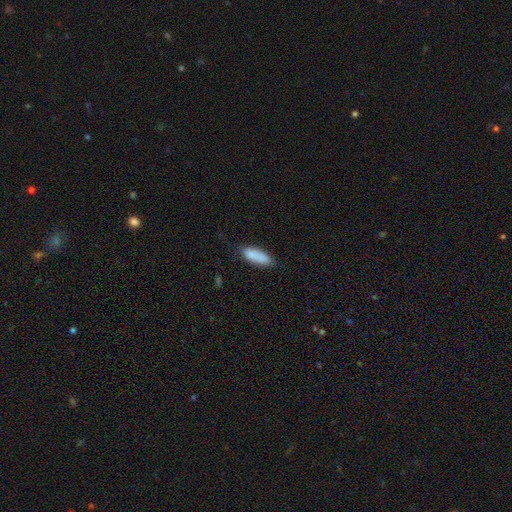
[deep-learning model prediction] smooth 87%, featured or disk 7%, star or artifact 7%. Down the decision tree: how rounded — in between (71%); merging — none (75%).